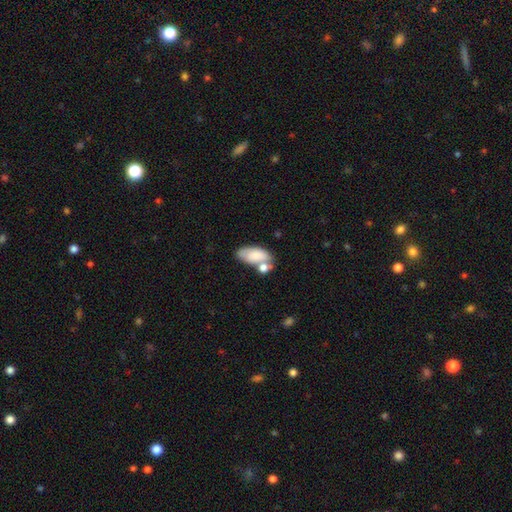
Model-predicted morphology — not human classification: The model was most divided on "merging": none: 45%, merger: 31%, minor disturbance: 17%, major disturbance: 7%. More confident: how rounded — in between (91%); smooth or featured — smooth (79%).